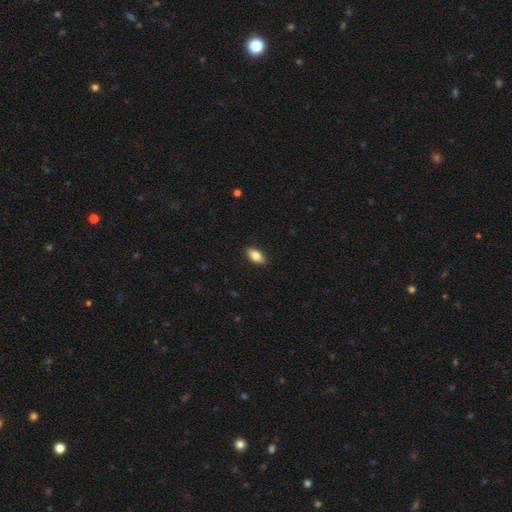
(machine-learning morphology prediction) Smooth or featured: smooth — 83% (featured or disk — 10%)
How rounded: in between — 90% (cigar-shaped — 5%)
Merging: none — 89% (minor disturbance — 8%)